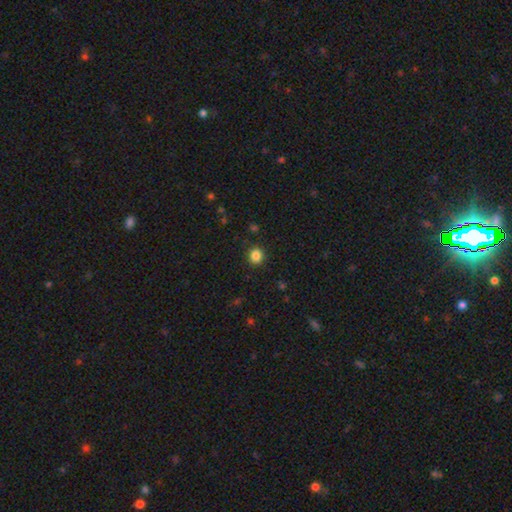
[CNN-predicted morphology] Q: Smooth or featured?
A: smooth (84%); runner-up: star or artifact (11%)
Q: How rounded?
A: round (83%); runner-up: in between (16%)
Q: Merging?
A: none (91%); runner-up: minor disturbance (6%)